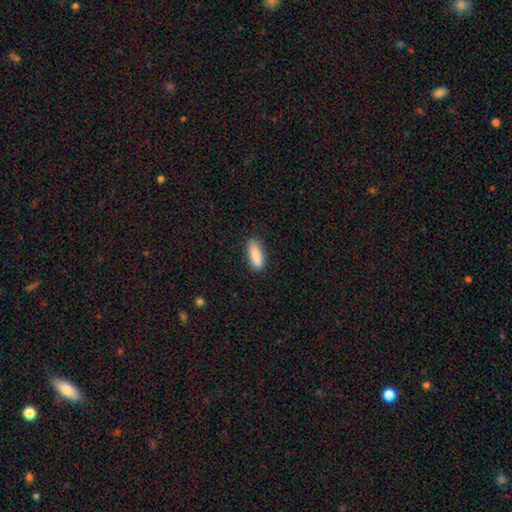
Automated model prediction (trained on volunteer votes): This appears to be a smooth galaxy with no disk features (88%) that is in between round and cigar-shaped (50%). Merging: none (86%).